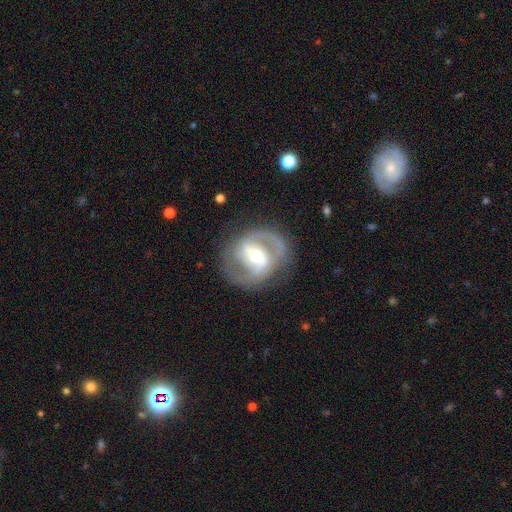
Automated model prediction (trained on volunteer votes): Smooth or featured? featured or disk (83%)
Edge-on disk? no (97%)
Bar? weak (41%)
Spiral arms? yes (88%)
Spiral winding? medium (52%)
Spiral arm count? 2 (87%)
Bulge size? moderate (70%)
Merging? none (77%)